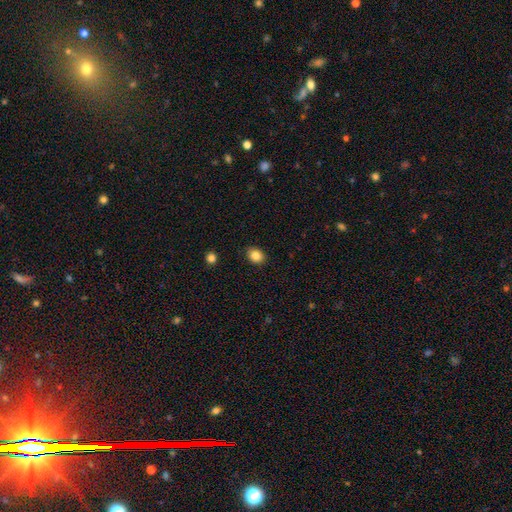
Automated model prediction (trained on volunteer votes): Morphology: type=smooth (85%); roundness=in between (57%); merging=none (88%).